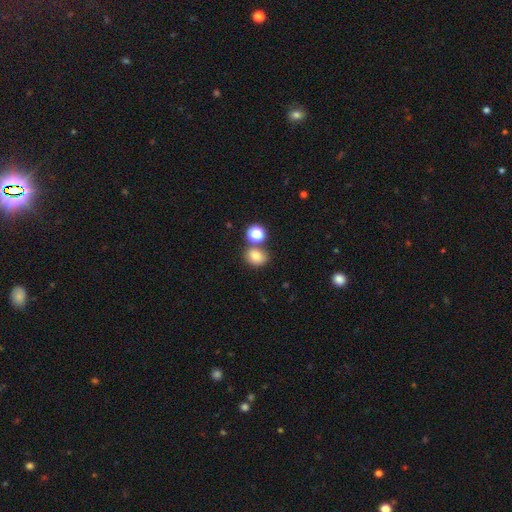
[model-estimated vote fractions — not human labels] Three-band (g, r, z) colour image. It shows a smooth galaxy with no disk features (78%) that is round (60%). Merging: none (66%).